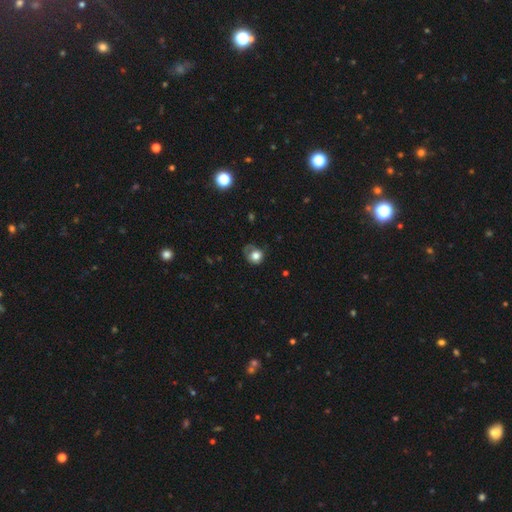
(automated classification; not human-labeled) This appears to be a smooth galaxy with no disk features (74%) that is round (71%). Merging: none (44%).